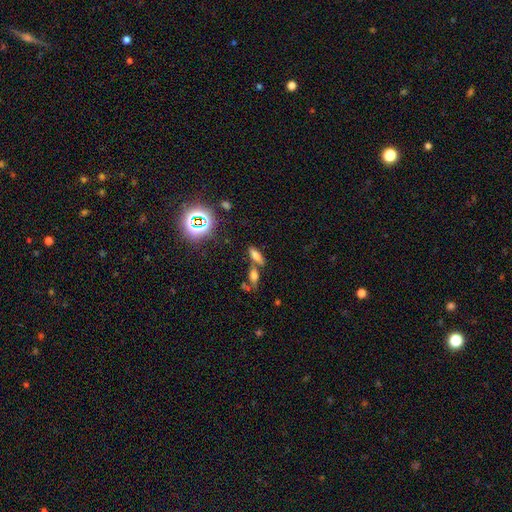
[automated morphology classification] The model was most divided on "merging": none: 51%, merger: 34%, minor disturbance: 10%, major disturbance: 5%. More confident: smooth or featured — smooth (64%); how rounded — in between (61%).